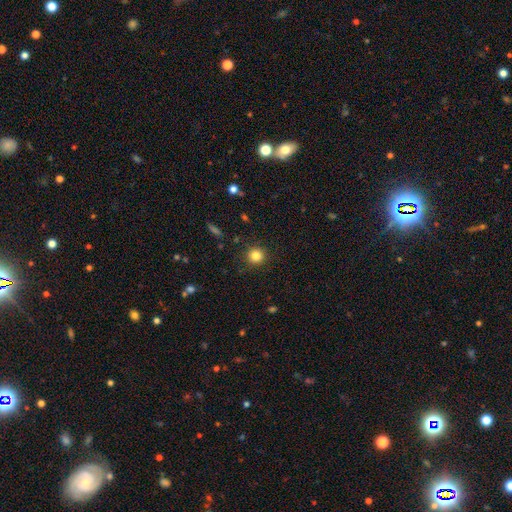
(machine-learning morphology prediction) Smooth or featured: smooth — 83% (star or artifact — 12%)
How rounded: round — 93% (in between — 6%)
Merging: none — 90% (minor disturbance — 6%)